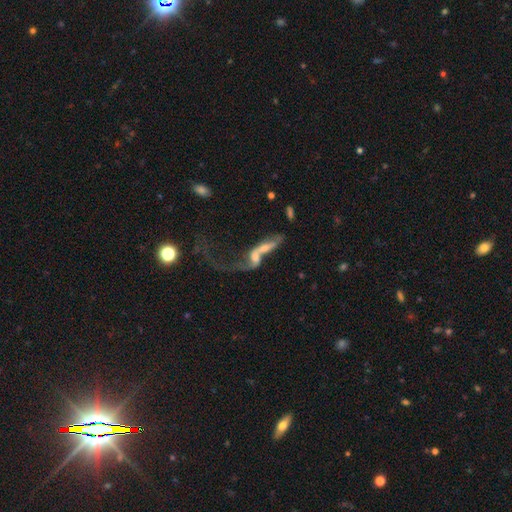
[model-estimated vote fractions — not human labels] Overall: featured or disk (61%; smooth 28%). Edge-on disk: no (81%). Merging: merger (65%).